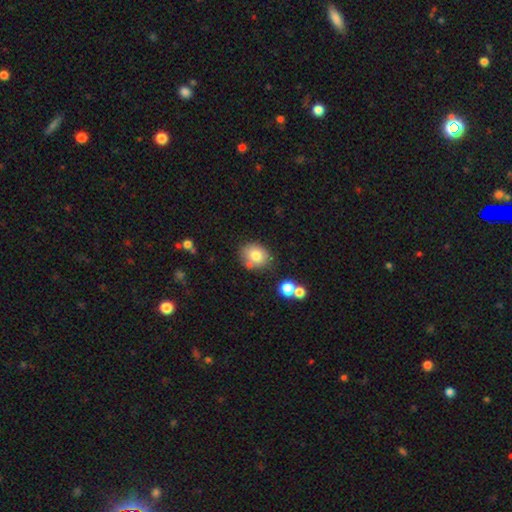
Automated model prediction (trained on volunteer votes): Morphology: type=smooth (78%); roundness=in between (52%); merging=none (71%).